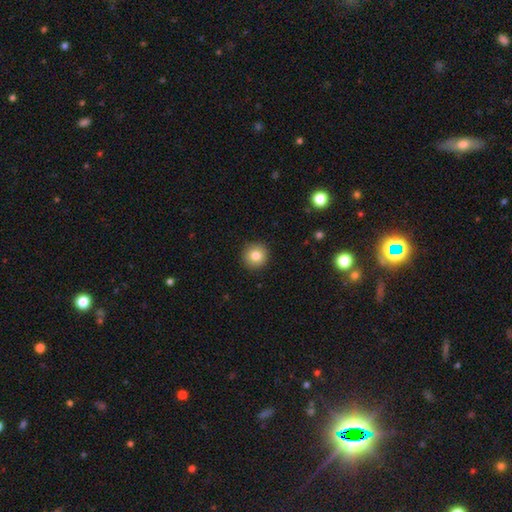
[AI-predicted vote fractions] smooth 82%, star or artifact 10%, featured or disk 8%. Down the decision tree: how rounded — round (94%); merging — none (92%).